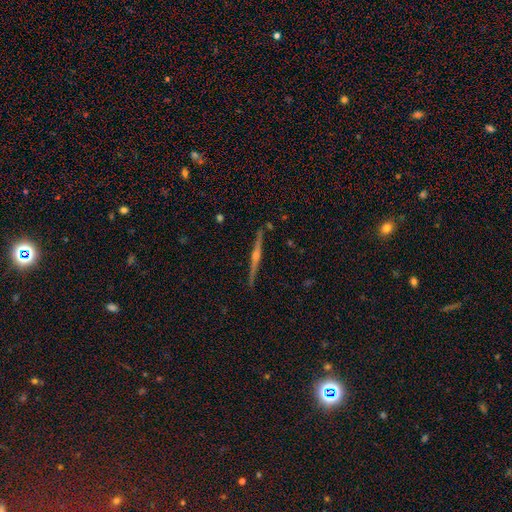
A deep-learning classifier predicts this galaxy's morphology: The model was most divided on "smooth or featured": featured or disk: 84%, smooth: 10%, star or artifact: 6%. More confident: edge-on disk — yes (99%); merging — none (91%); edge-on bulge — rounded (86%).